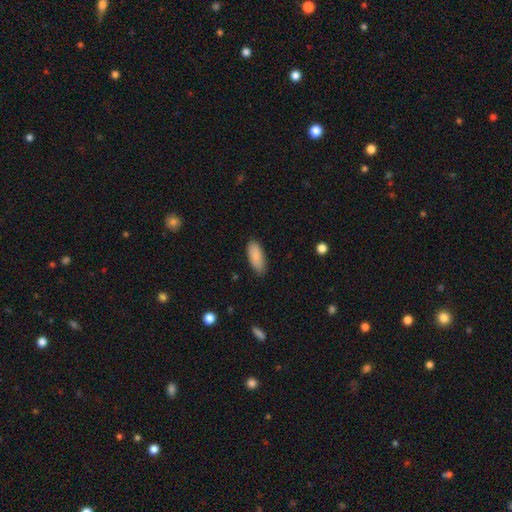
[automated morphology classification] Smooth or featured? smooth (88%)
How rounded? in between (81%)
Merging? none (84%)